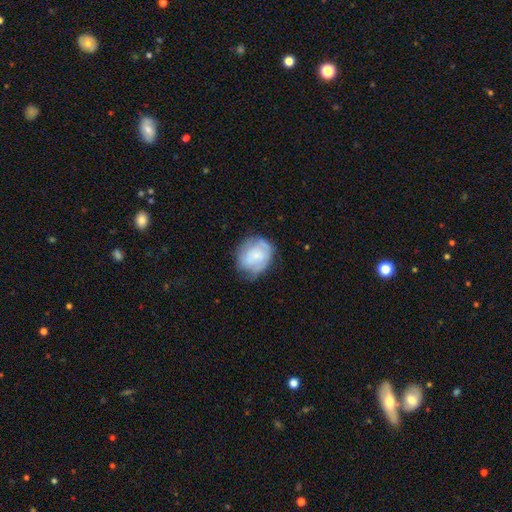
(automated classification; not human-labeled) Smooth or featured? Predicted: smooth (p=0.52). How rounded? Predicted: round (p=0.60). Merging? Predicted: none (p=0.57).